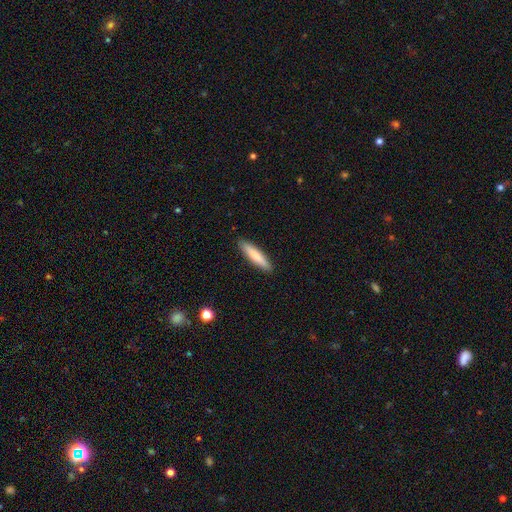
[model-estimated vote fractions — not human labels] Q: Smooth or featured?
A: smooth (78%); runner-up: featured or disk (17%)
Q: How rounded?
A: cigar-shaped (87%); runner-up: in between (12%)
Q: Merging?
A: none (90%); runner-up: minor disturbance (7%)